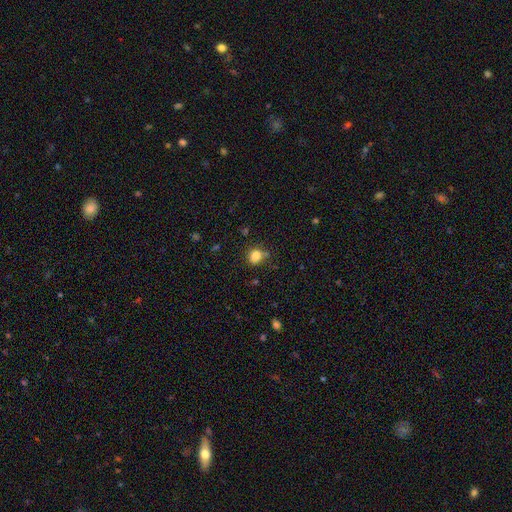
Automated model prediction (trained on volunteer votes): A smooth galaxy with no disk features (81%) that is round (58%).

Vote fractions:
- Smooth or featured? smooth: 81% / star or artifact: 12% / featured or disk: 7%
- How rounded? round: 58% / in between: 41% / cigar-shaped: 1%
- Merging? none: 62% / minor disturbance: 19% / merger: 12% / major disturbance: 6%